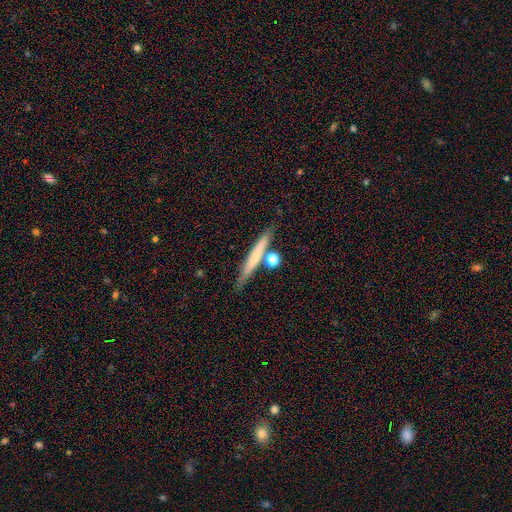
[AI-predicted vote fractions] This is possibly a smooth galaxy (51%). How rounded: clearly cigar-shaped (91%). Merging: likely none (74%).